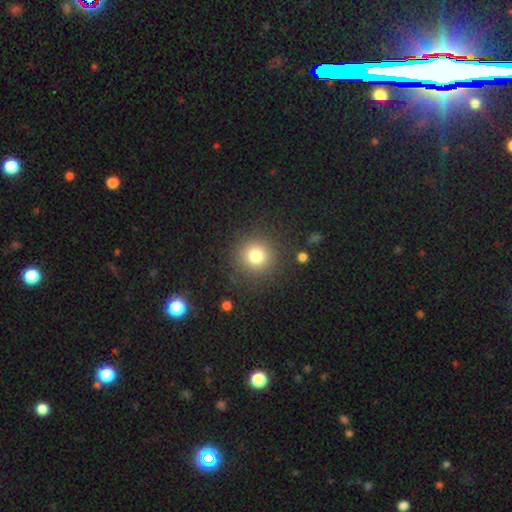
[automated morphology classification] Smooth or featured?
  - smooth: 79% *
  - star or artifact: 13%
  - featured or disk: 8%
How rounded?
  - round: 94% *
  - in between: 5%
  - cigar-shaped: 1%
Merging?
  - none: 88% *
  - minor disturbance: 7%
  - major disturbance: 3%
  - merger: 2%